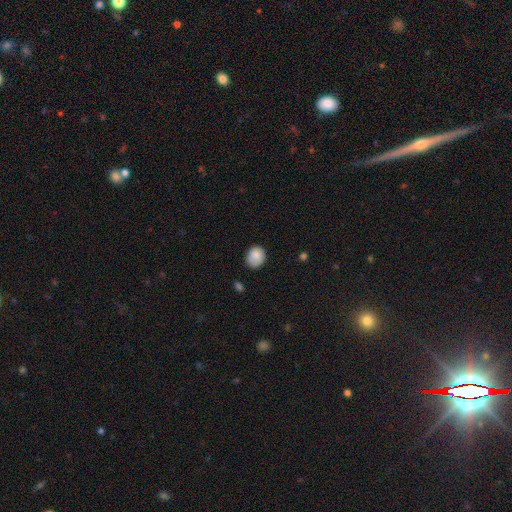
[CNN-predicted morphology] smooth 85%, star or artifact 8%, featured or disk 7%. Down the decision tree: how rounded — round (59%); merging — none (70%).